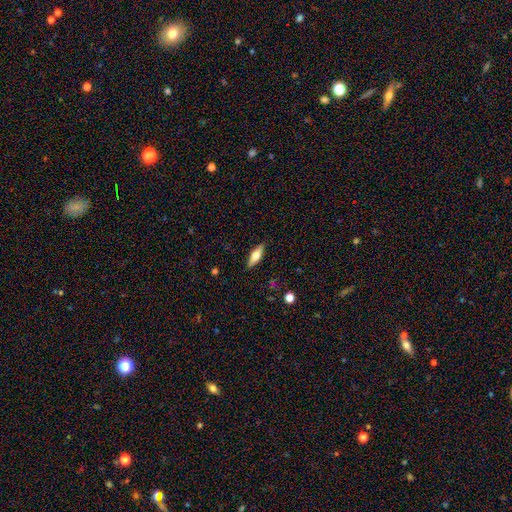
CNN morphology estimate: smooth-or-featured: smooth: 55% | featured or disk: 38% | star or artifact: 7%
  how-rounded: in between: 57% | cigar-shaped: 41% | round: 3%
  merging: none: 88% | minor disturbance: 9% | major disturbance: 2% | merger: 1%